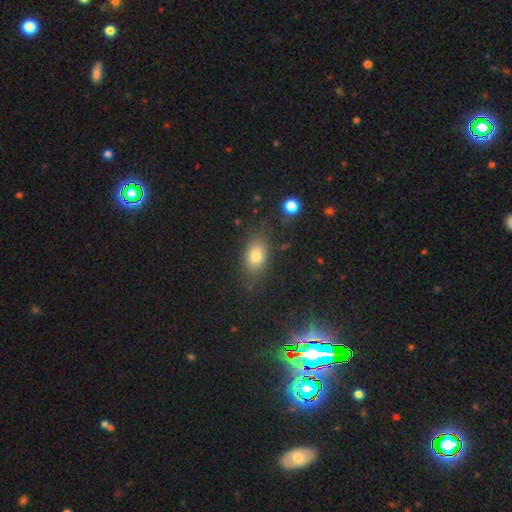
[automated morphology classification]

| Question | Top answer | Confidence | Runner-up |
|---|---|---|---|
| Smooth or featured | smooth | 77% | star or artifact (12%) |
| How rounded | in between | 80% | round (17%) |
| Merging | none | 76% | minor disturbance (15%) |